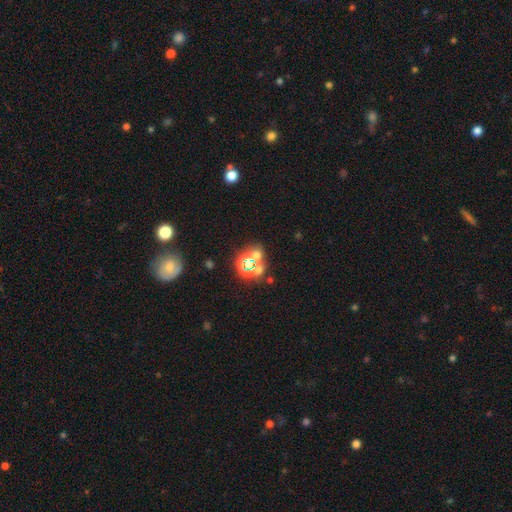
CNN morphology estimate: Smooth or featured? star or artifact (52%)